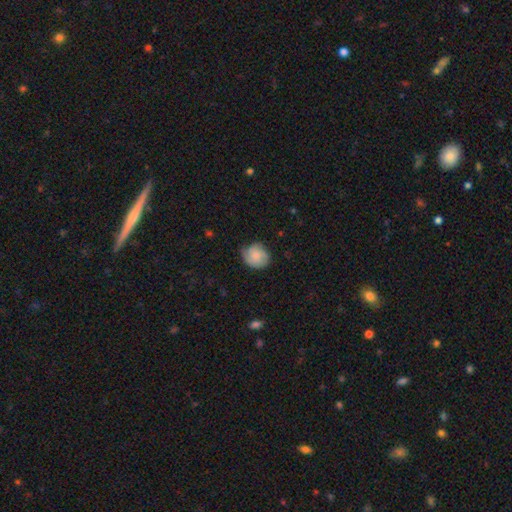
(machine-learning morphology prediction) Smooth or featured?
  - smooth: 65% *
  - featured or disk: 28%
  - star or artifact: 7%
How rounded?
  - round: 77% *
  - in between: 23%
  - cigar-shaped: 1%
Merging?
  - none: 67% *
  - minor disturbance: 27%
  - major disturbance: 6%
  - merger: 1%